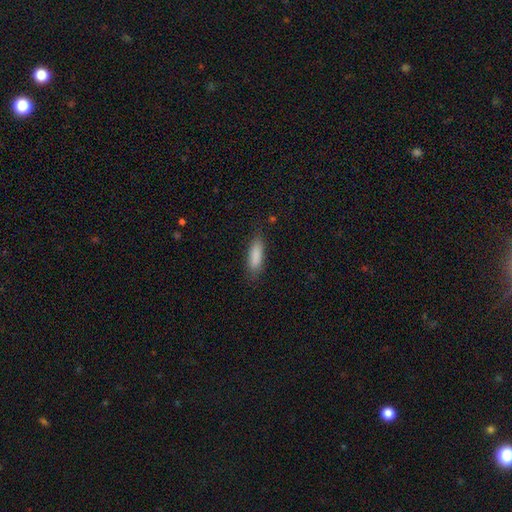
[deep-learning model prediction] A smooth galaxy with no disk features (87%) that is cigar-shaped (50%). Merging: none (82%).